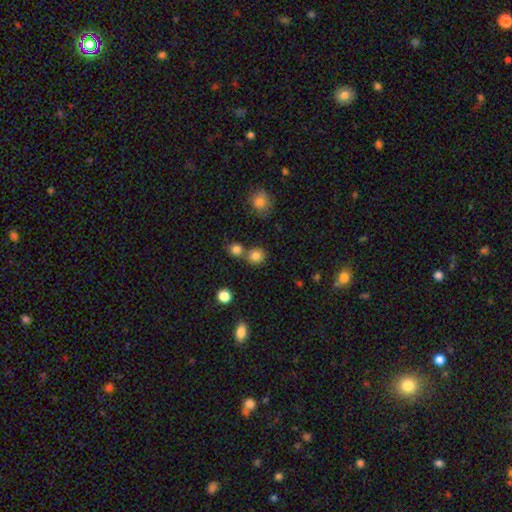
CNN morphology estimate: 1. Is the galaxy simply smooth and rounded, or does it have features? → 82% smooth, 13% star or artifact, 5% featured or disk.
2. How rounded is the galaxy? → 88% round, 11% in between, 1% cigar-shaped.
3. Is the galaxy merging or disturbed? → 66% none, 24% merger, 8% minor disturbance, 3% major disturbance.